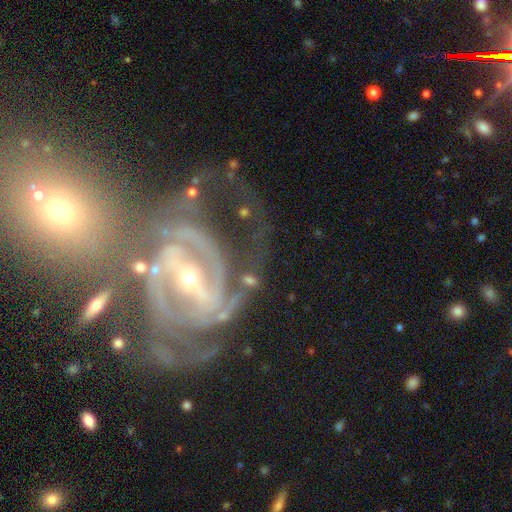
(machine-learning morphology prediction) This is clearly a featured or disk galaxy (88%). It is clearly not viewed edge-on (96%). Bar: possibly strong (58%). Spiral arm pattern: clearly yes (96%). Spiral arm count: marginally 2 (43%). Spiral winding: possibly tight (51%). Central bulge: likely small (65%). Merging: marginally none (44%).